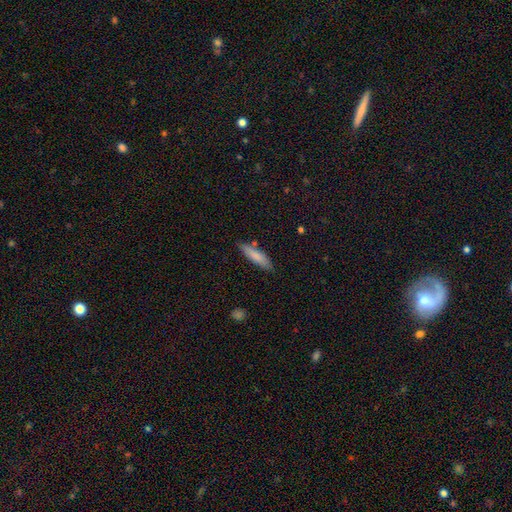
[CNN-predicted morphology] Q: Smooth or featured?
A: smooth (80%); runner-up: featured or disk (14%)
Q: How rounded?
A: cigar-shaped (70%); runner-up: in between (29%)
Q: Merging?
A: none (81%); runner-up: minor disturbance (13%)